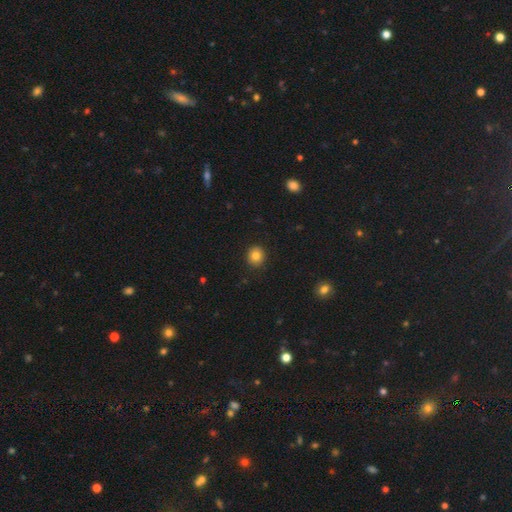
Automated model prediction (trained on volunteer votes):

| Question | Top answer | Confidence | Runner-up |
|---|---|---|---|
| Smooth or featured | smooth | 82% | star or artifact (10%) |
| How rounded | round | 81% | in between (18%) |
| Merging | none | 89% | minor disturbance (8%) |